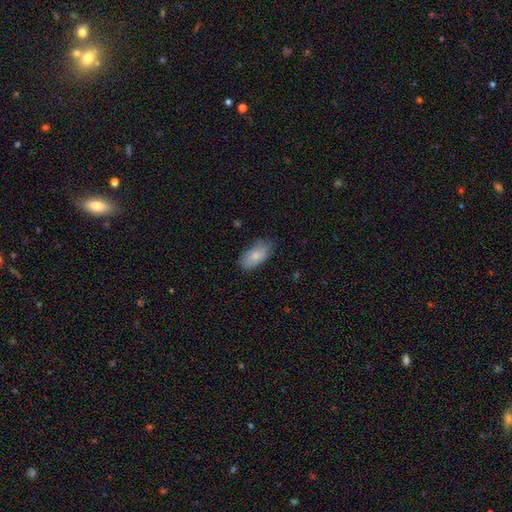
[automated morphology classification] smooth_or_featured: smooth (p=0.76) [alt: featured or disk p=0.17]
how_rounded: in between (p=0.93) [alt: cigar-shaped p=0.04]
merging: none (p=0.70) [alt: minor disturbance p=0.24]